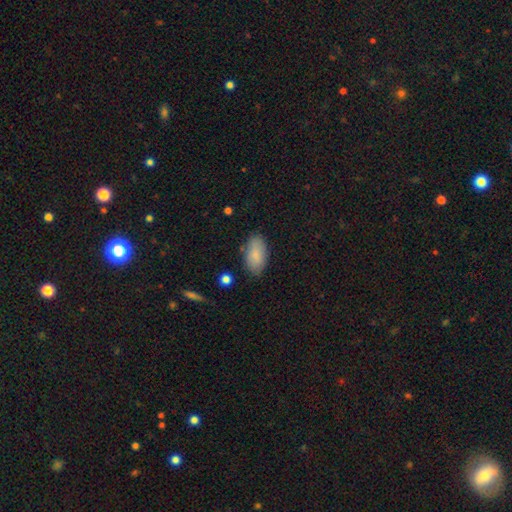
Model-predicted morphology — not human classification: Q: Smooth or featured?
A: smooth (85%); runner-up: featured or disk (8%)
Q: How rounded?
A: in between (93%); runner-up: cigar-shaped (4%)
Q: Merging?
A: none (80%); runner-up: minor disturbance (14%)